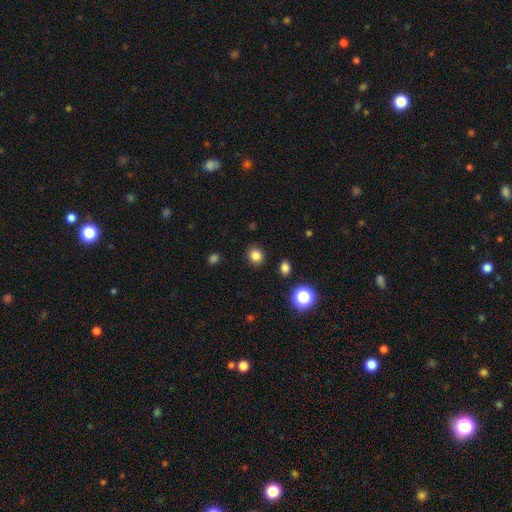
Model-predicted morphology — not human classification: Overall: smooth (83%). How rounded: round (81%). Merging: none (89%).